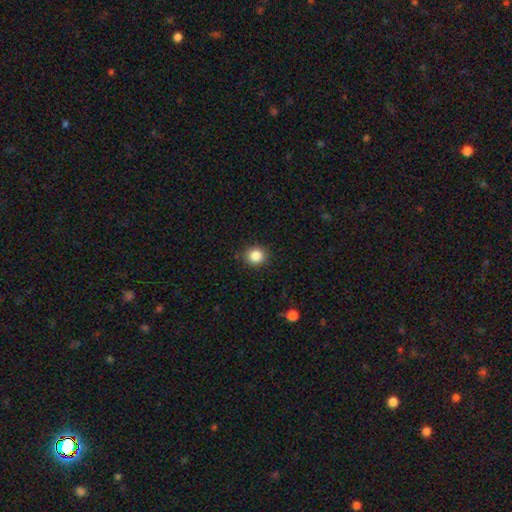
Smooth or featured? 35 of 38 (92%) said smooth. How rounded? 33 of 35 (94%) said round. Merging? 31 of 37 (84%) said none.